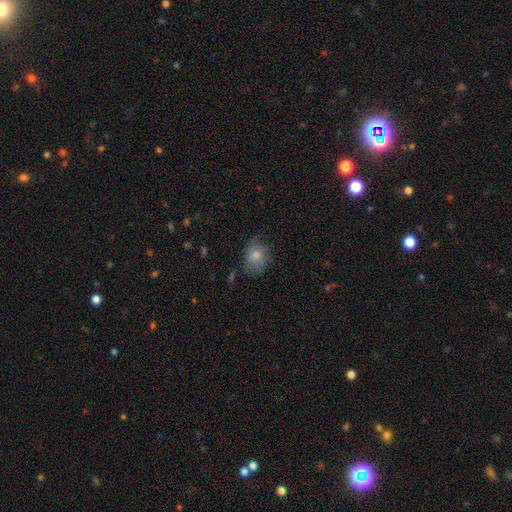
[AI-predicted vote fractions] This is likely a smooth galaxy (73%). How rounded: likely in between (66%). Merging: possibly none (58%).